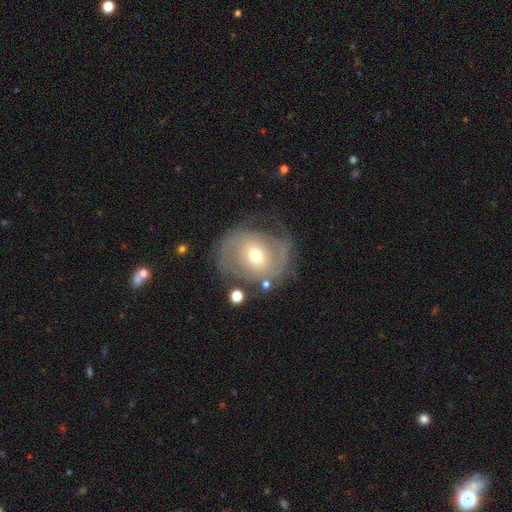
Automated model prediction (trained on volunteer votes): This is likely a featured or disk galaxy (64%). It is clearly not viewed edge-on (96%). Bar: possibly no (60%). Spiral arm pattern: likely yes (66%). Central bulge: likely moderate (64%). Merging: possibly none (55%).